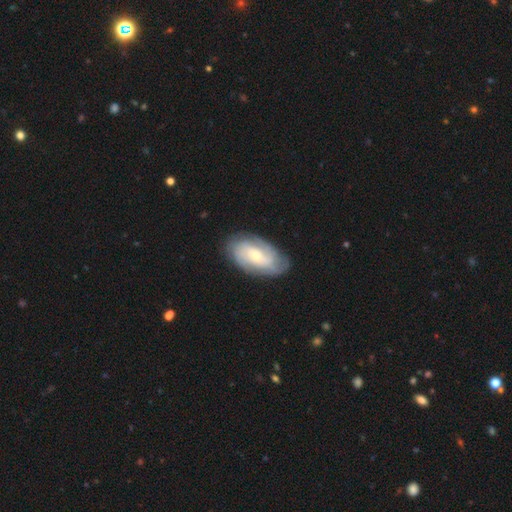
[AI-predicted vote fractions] The model was most divided on "spiral arm count": can't tell: 43%, 2: 23%, 3: 16%, 4: 10%, more than 4: 4%, 1: 4%. More confident: edge-on disk — no (94%); spiral arms — yes (87%); merging — none (77%); smooth or featured — featured or disk (68%); bar — no (62%); bulge size — small (60%); spiral winding — tight (55%).